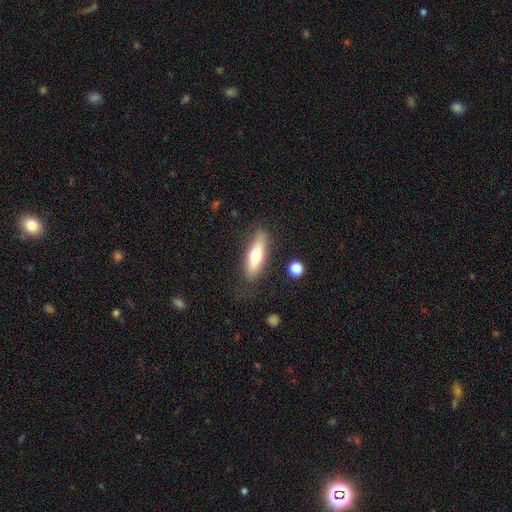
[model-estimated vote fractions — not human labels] smooth-or-featured: smooth: 61% | featured or disk: 33% | star or artifact: 6%
  how-rounded: cigar-shaped: 52% | in between: 45% | round: 3%
  merging: none: 81% | minor disturbance: 13% | major disturbance: 4% | merger: 2%